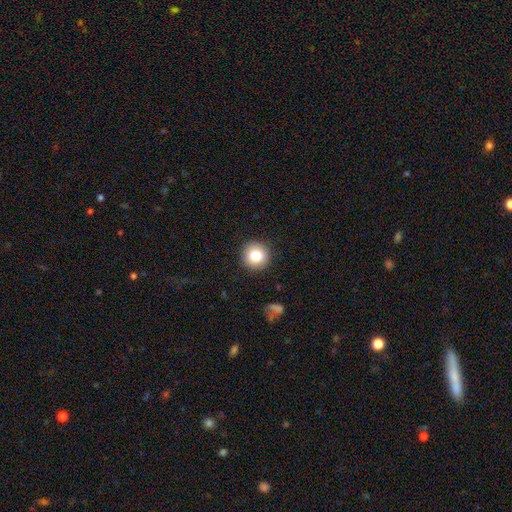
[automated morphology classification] Smooth or featured: smooth — 81% (star or artifact — 10%)
How rounded: round — 95% (in between — 4%)
Merging: none — 91% (minor disturbance — 6%)